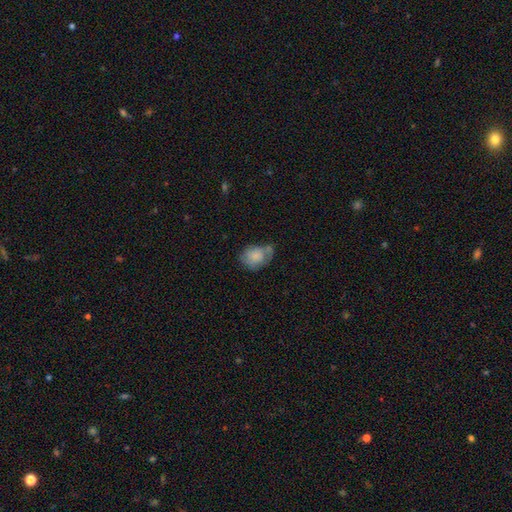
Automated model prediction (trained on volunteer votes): This appears to be a smooth galaxy with no disk features (65%) that is in between round and cigar-shaped (64%). Merging: none (35%, tied with minor disturbance).